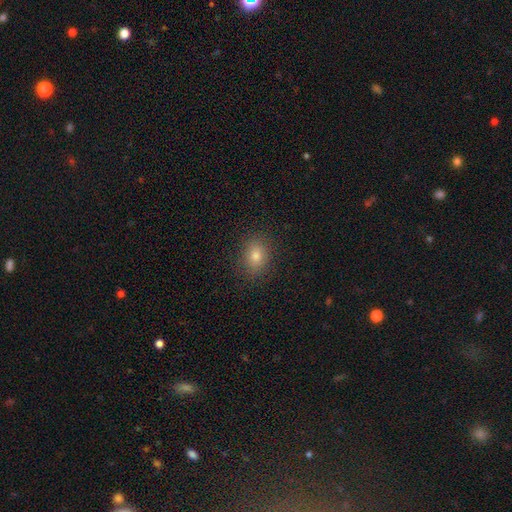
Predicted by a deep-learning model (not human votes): This appears to be a smooth galaxy with no disk features (79%) that is in between round and cigar-shaped (58%). Merging: none (88%).